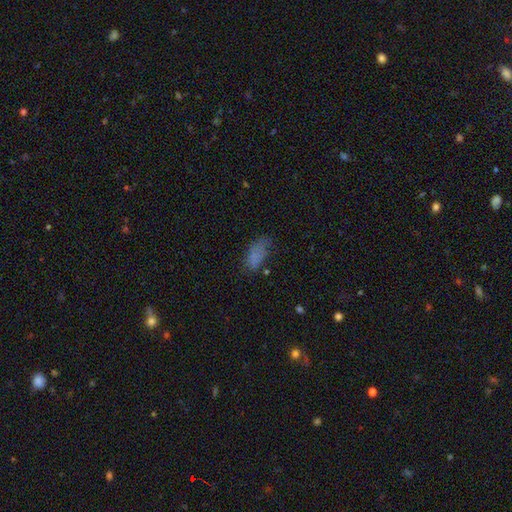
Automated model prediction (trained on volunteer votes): A smooth galaxy with no disk features (77%) that is in between round and cigar-shaped (85%). Merging: none (51%).